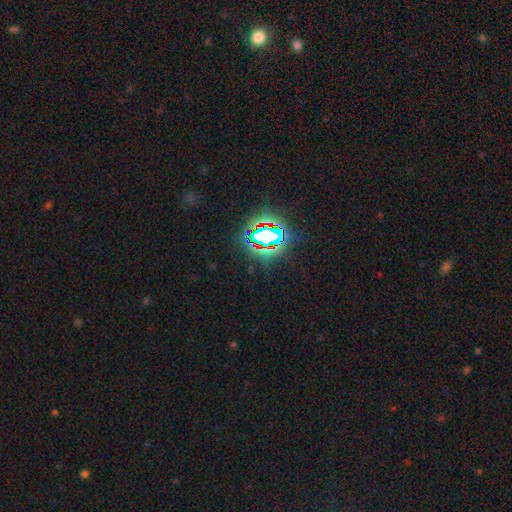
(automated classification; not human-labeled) Morphology: type=star or artifact (82%).